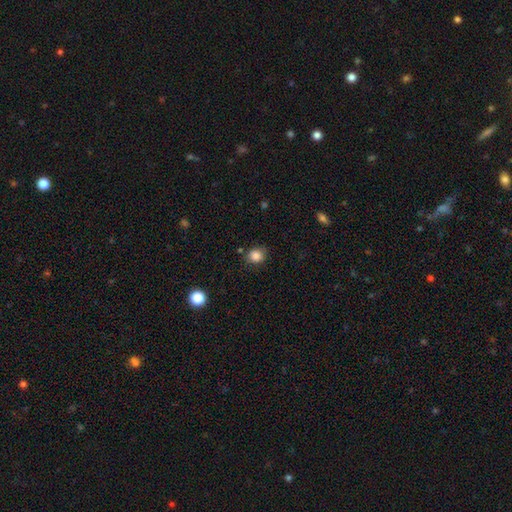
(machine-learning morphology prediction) A smooth galaxy with no disk features (85%) that is round (75%). Merging: none (78%).